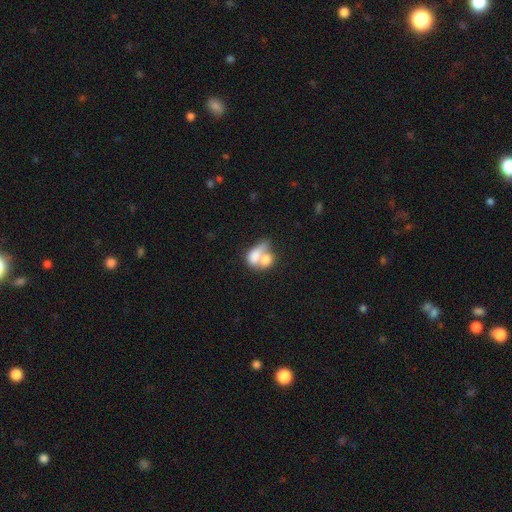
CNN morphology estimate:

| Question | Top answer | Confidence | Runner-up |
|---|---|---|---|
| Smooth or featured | smooth | 69% | featured or disk (23%) |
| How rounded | in between | 73% | round (23%) |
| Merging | merger | 71% | none (14%) |